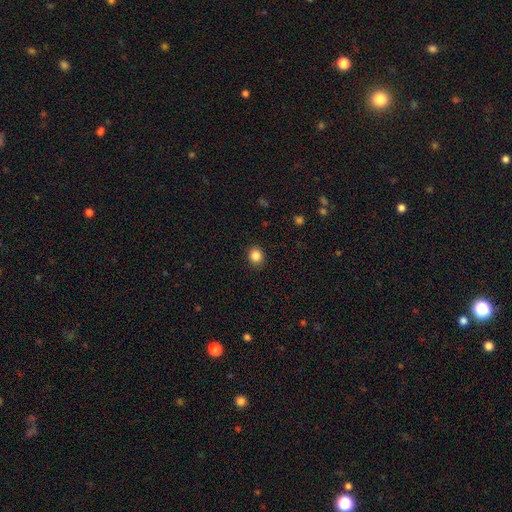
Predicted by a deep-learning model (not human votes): smooth-or-featured: smooth: 86% | star or artifact: 10% | featured or disk: 4%
  how-rounded: round: 72% | in between: 27% | cigar-shaped: 1%
  merging: none: 90% | minor disturbance: 7% | major disturbance: 2% | merger: 1%